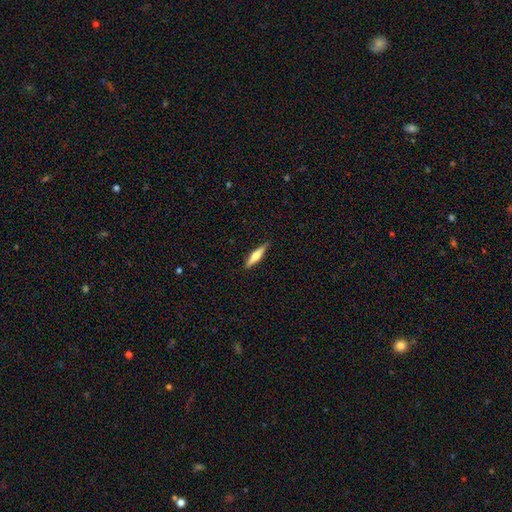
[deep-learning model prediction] Q: Smooth or featured?
A: smooth (59%); runner-up: featured or disk (35%)
Q: How rounded?
A: cigar-shaped (79%); runner-up: in between (20%)
Q: Merging?
A: none (87%); runner-up: minor disturbance (10%)